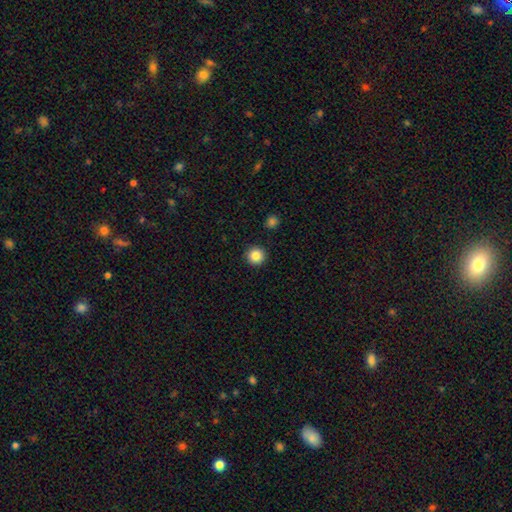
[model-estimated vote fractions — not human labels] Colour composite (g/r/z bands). It shows a smooth galaxy with no disk features (85%) that is round (96%). Merging: none (92%).